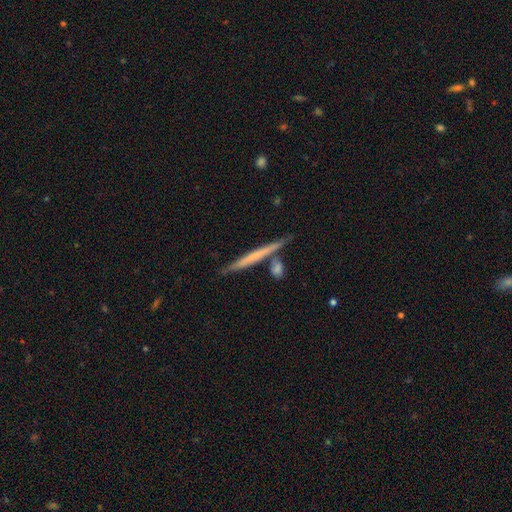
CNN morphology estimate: This appears to be a featured or disk galaxy (48%). Merging: none (78%).